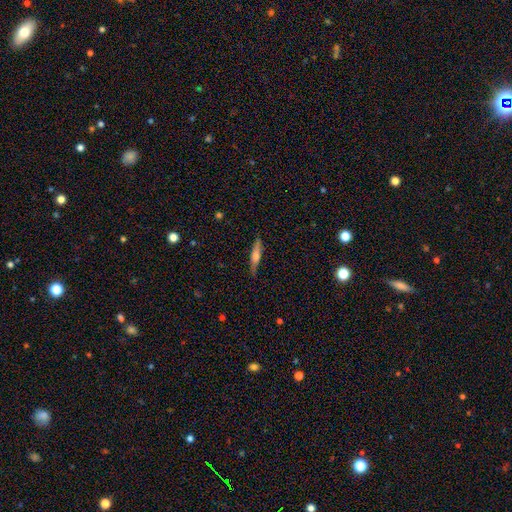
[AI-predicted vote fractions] This is possibly a featured or disk galaxy (58%). It is clearly viewed edge-on (96%). Edge-on bulge: clearly rounded (81%). Merging: clearly none (86%).